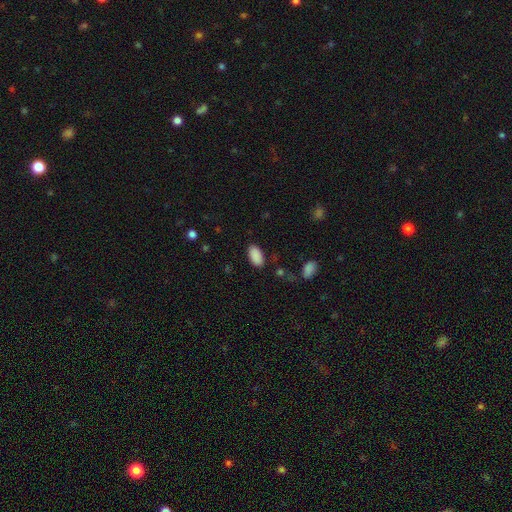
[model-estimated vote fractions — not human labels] A smooth galaxy with no disk features (89%) that is in between round and cigar-shaped (95%).

Vote fractions:
- Smooth or featured? smooth: 89% / star or artifact: 8% / featured or disk: 4%
- How rounded? in between: 95% / round: 3% / cigar-shaped: 2%
- Merging? none: 86% / minor disturbance: 9% / major disturbance: 3% / merger: 2%